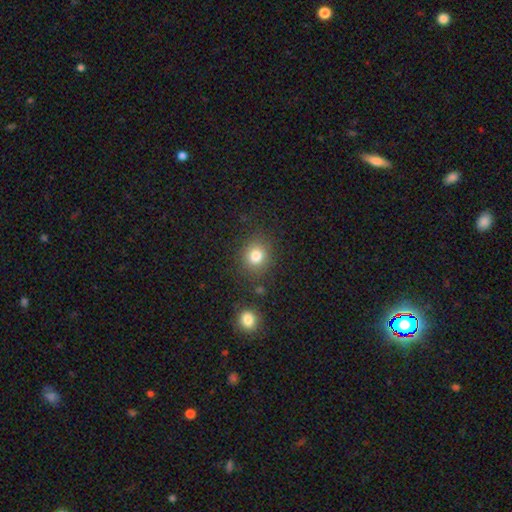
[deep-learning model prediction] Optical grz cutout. It shows a smooth galaxy with no disk features (81%) that is round (78%). Merging: none (81%).